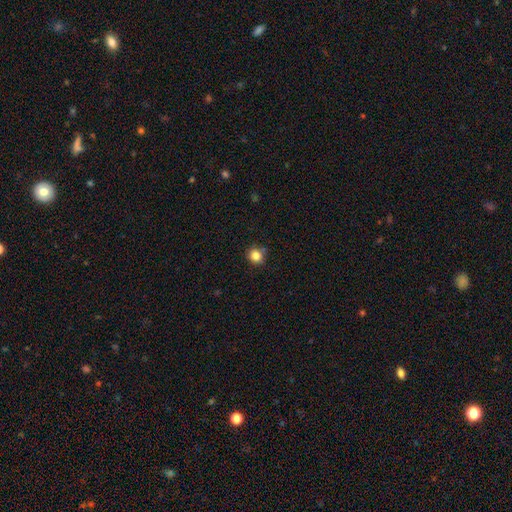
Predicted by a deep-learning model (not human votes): smooth_or_featured: smooth (p=0.83) [alt: star or artifact p=0.12]
how_rounded: round (p=0.88) [alt: in between p=0.11]
merging: none (p=0.80) [alt: minor disturbance p=0.13]